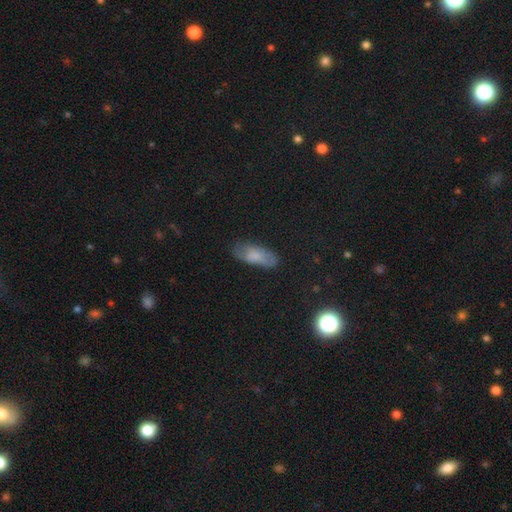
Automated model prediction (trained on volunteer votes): Smooth or featured: smooth — 67% (featured or disk — 22%)
How rounded: in between — 81% (cigar-shaped — 17%)
Merging: none — 70% (minor disturbance — 22%)